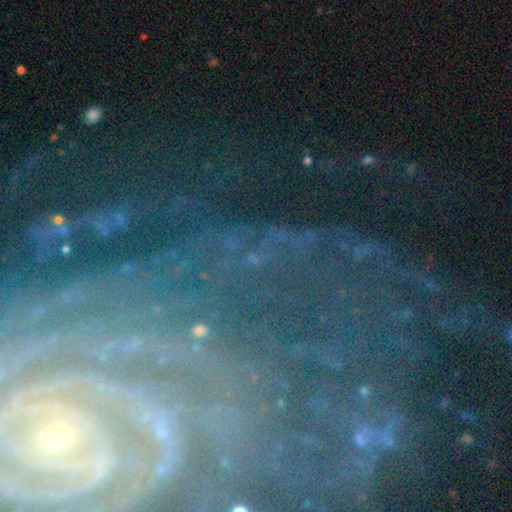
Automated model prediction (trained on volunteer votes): Q: Smooth or featured?
A: star or artifact (47%); runner-up: featured or disk (40%)